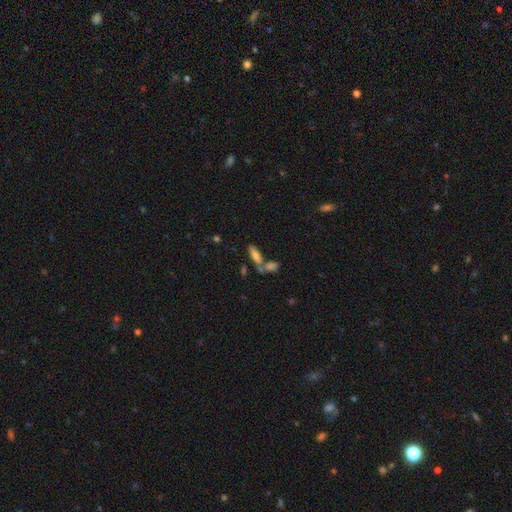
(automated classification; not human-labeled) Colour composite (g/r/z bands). It shows a smooth galaxy with no disk features (74%) that is in between round and cigar-shaped (64%). Merging: none (45%).